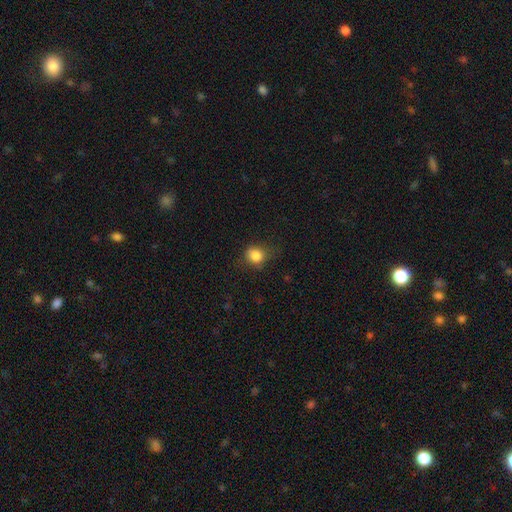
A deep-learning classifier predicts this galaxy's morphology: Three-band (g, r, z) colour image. It shows a smooth galaxy with no disk features (84%) that is round (64%). Merging: none (64%).